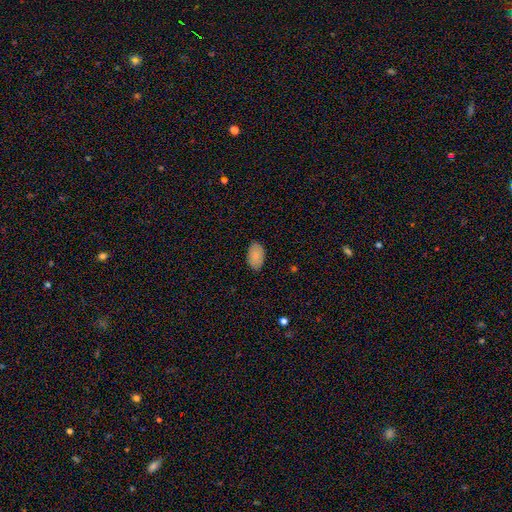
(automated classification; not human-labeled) smooth 84%, featured or disk 9%, star or artifact 7%. Down the decision tree: how rounded — in between (93%); merging — none (85%).